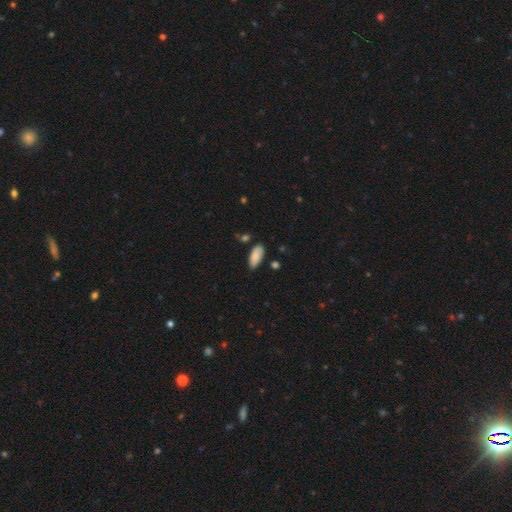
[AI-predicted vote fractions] Q: Smooth or featured?
A: smooth (86%); runner-up: featured or disk (8%)
Q: How rounded?
A: in between (89%); runner-up: cigar-shaped (9%)
Q: Merging?
A: none (76%); runner-up: minor disturbance (18%)